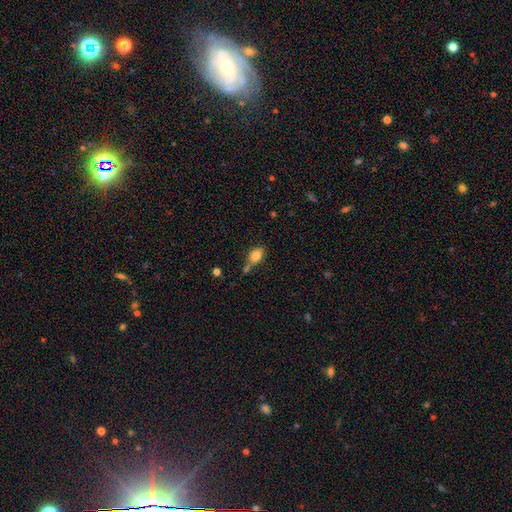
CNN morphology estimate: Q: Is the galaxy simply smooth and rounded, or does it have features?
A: smooth — 81%.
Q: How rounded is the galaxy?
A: in between — 76%.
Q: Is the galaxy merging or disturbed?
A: none — 46%.